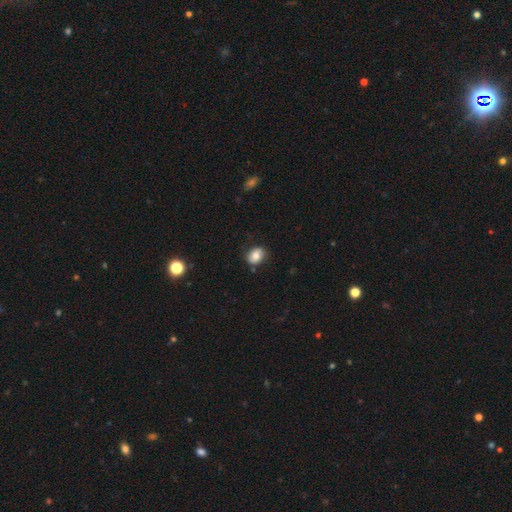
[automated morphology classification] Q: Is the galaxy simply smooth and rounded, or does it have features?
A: smooth — 77%.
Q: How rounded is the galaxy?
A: in between — 54%.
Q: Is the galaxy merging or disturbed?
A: none — 81%.